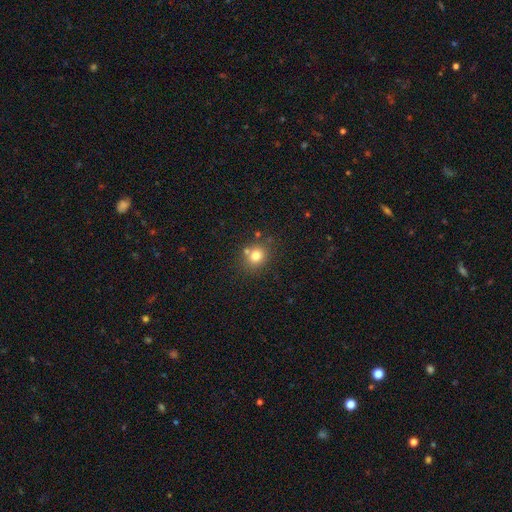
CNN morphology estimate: A smooth galaxy with no disk features (77%) that is round (76%). Merging: none (70%).